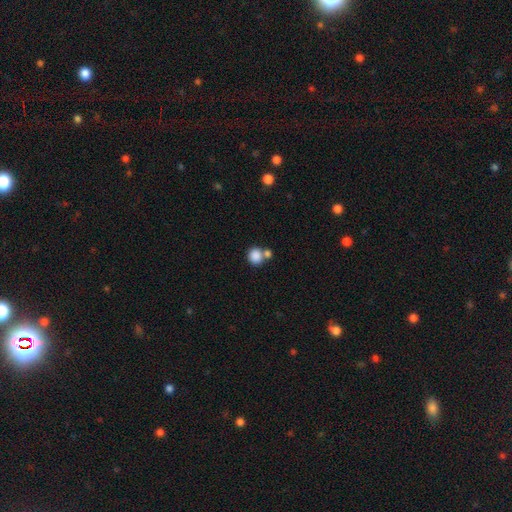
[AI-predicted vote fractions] Smooth or featured?
  - smooth: 85% *
  - star or artifact: 9%
  - featured or disk: 5%
How rounded?
  - round: 84% *
  - in between: 15%
  - cigar-shaped: 1%
Merging?
  - none: 54% *
  - merger: 34%
  - minor disturbance: 8%
  - major disturbance: 3%